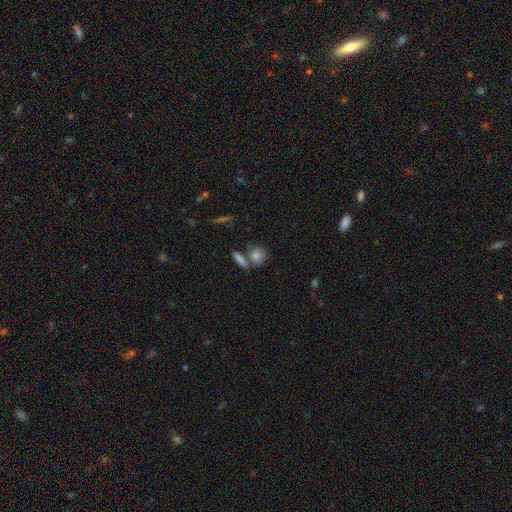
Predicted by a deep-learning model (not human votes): Q: Smooth or featured?
A: smooth (69%); runner-up: featured or disk (17%)
Q: How rounded?
A: round (68%); runner-up: in between (27%)
Q: Merging?
A: none (61%); runner-up: merger (24%)